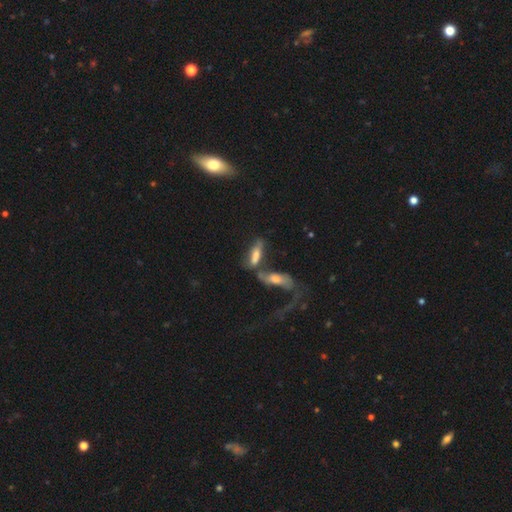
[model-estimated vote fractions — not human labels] The model was most divided on "how rounded": cigar-shaped: 51%, in between: 46%, round: 3%. More confident: smooth or featured — smooth (53%); merging — merger (52%).